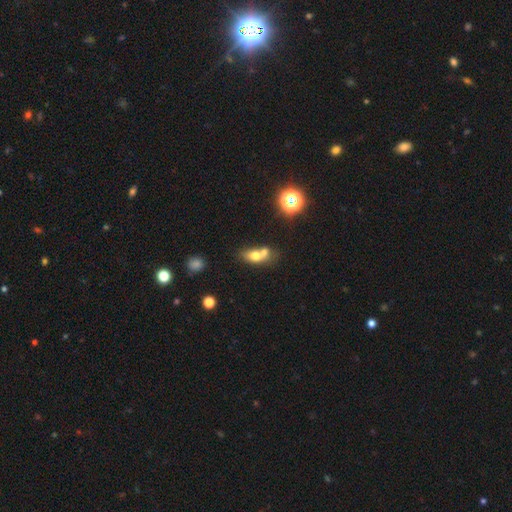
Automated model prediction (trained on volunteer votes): smooth_or_featured: smooth (p=0.67) [alt: featured or disk p=0.21]
how_rounded: in between (p=0.66) [alt: round p=0.27]
merging: merger (p=0.55) [alt: none p=0.30]